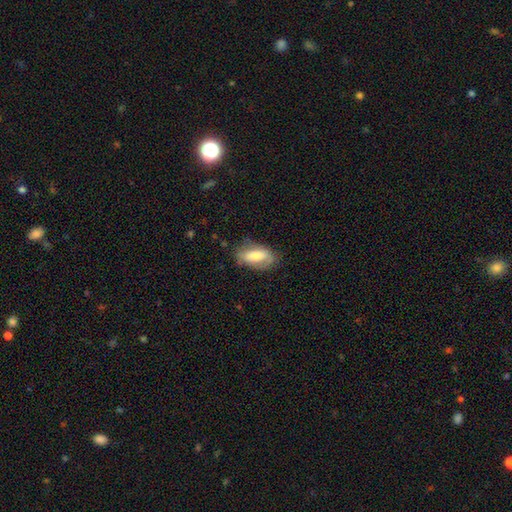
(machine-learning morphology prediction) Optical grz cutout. It shows a smooth galaxy with no disk features (60%) that is in between round and cigar-shaped (88%). Merging: none (69%).